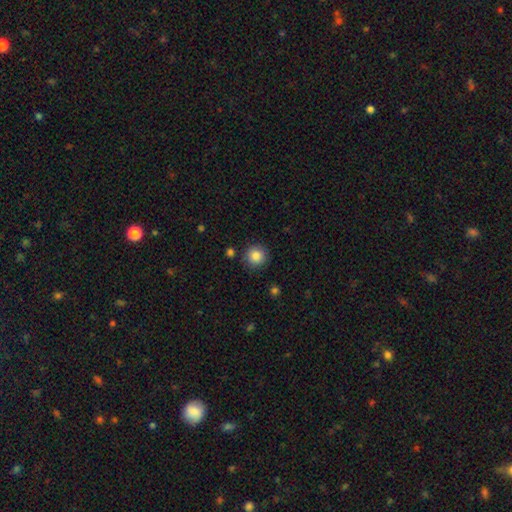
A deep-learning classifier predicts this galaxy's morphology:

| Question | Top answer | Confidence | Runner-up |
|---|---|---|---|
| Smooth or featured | smooth | 86% | star or artifact (9%) |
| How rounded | round | 94% | in between (5%) |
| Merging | none | 88% | minor disturbance (8%) |